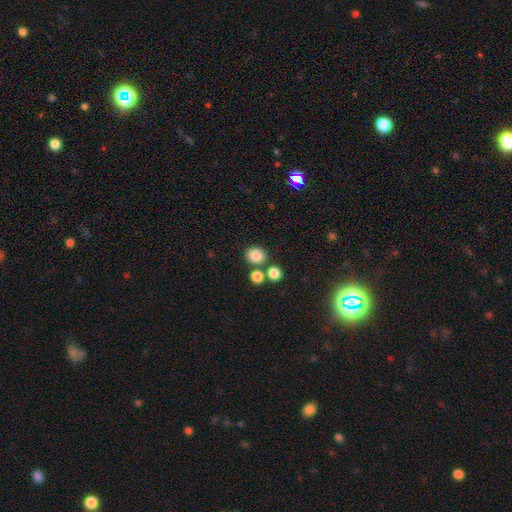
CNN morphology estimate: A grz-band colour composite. It shows a smooth galaxy with no disk features (82%) that is round (79%). Merging: none (71%).